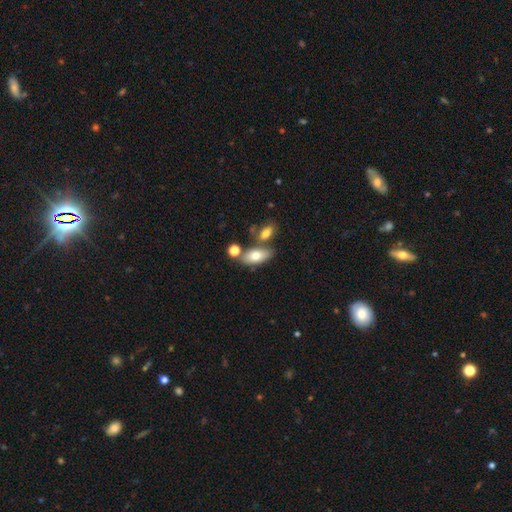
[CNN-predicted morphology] smooth-or-featured: smooth: 73% | featured or disk: 19% | star or artifact: 8%
  how-rounded: in between: 85% | cigar-shaped: 10% | round: 5%
  merging: none: 60% | merger: 22% | minor disturbance: 13% | major disturbance: 4%